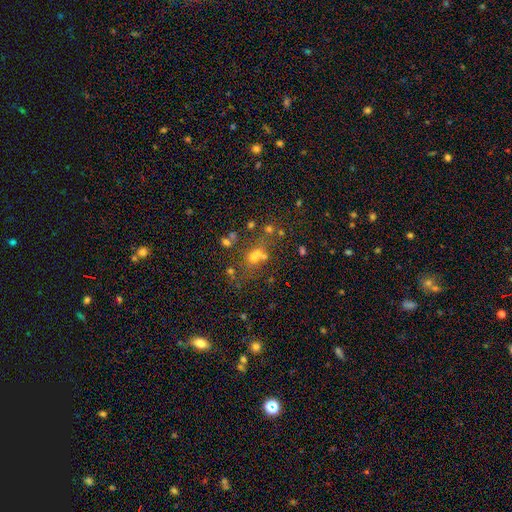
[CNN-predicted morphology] smooth-or-featured: smooth: 46% | star or artifact: 35% | featured or disk: 19%
  merging: none: 53% | merger: 27% | minor disturbance: 12% | major disturbance: 8%